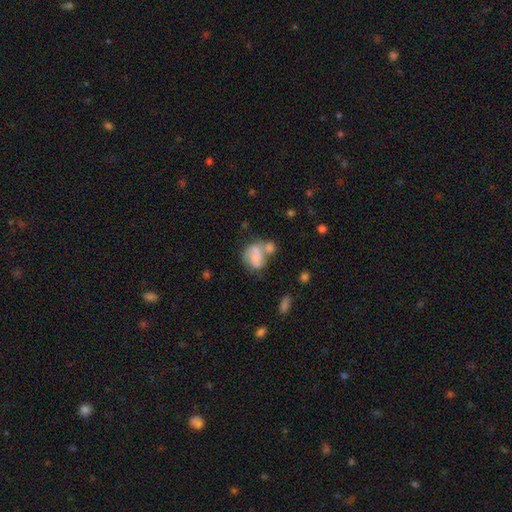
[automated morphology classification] This appears to be a smooth galaxy with no disk features (64%) that is in between round and cigar-shaped (63%). Merging: merger (47%).